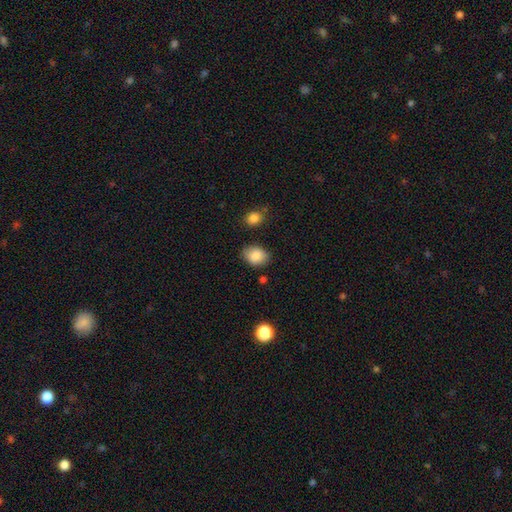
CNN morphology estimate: The model was most divided on "how rounded": in between: 70%, round: 29%, cigar-shaped: 1%. More confident: smooth or featured — smooth (86%); merging — none (78%).